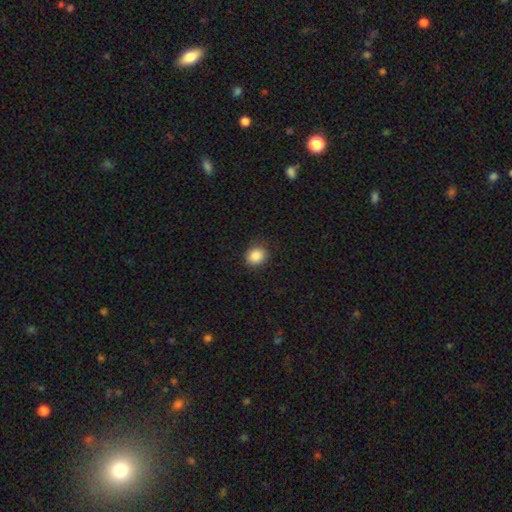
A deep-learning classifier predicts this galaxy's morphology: Smooth or featured? smooth (88%)
How rounded? round (75%)
Merging? none (87%)